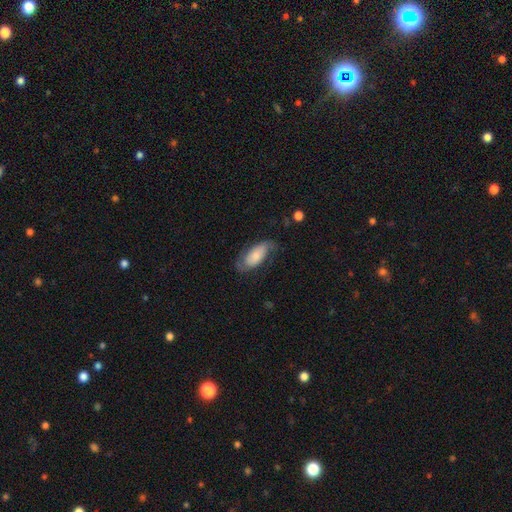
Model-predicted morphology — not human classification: smooth_or_featured: smooth (p=0.55) [alt: featured or disk p=0.38]
how_rounded: in between (p=0.88) [alt: cigar-shaped p=0.09]
merging: none (p=0.60) [alt: minor disturbance p=0.25]